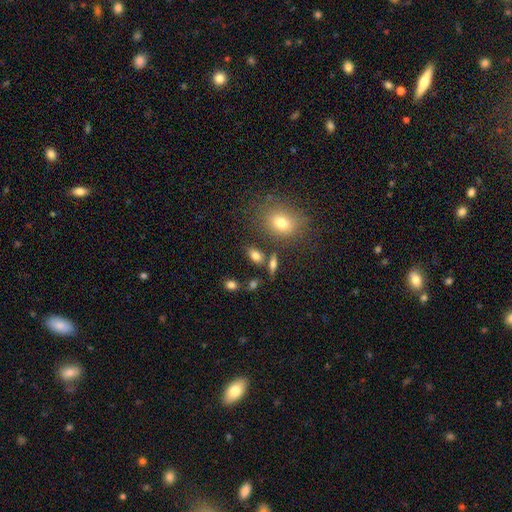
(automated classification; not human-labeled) Smooth or featured? Predicted: smooth (p=0.73). How rounded? Predicted: in between (p=0.80). Merging? Predicted: none (p=0.70).